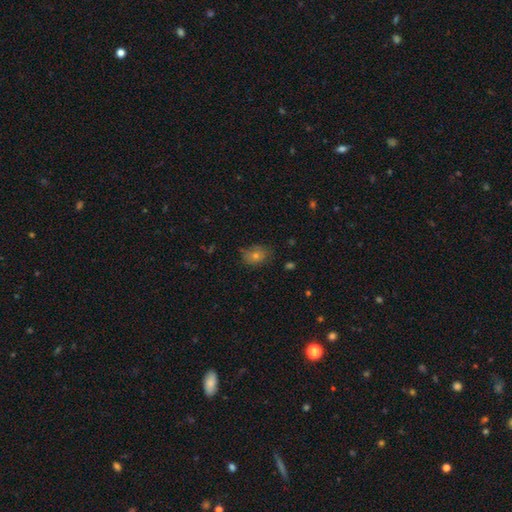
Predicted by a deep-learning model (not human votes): Morphology: type=smooth (63%); roundness=in between (51%); merging=none (71%).